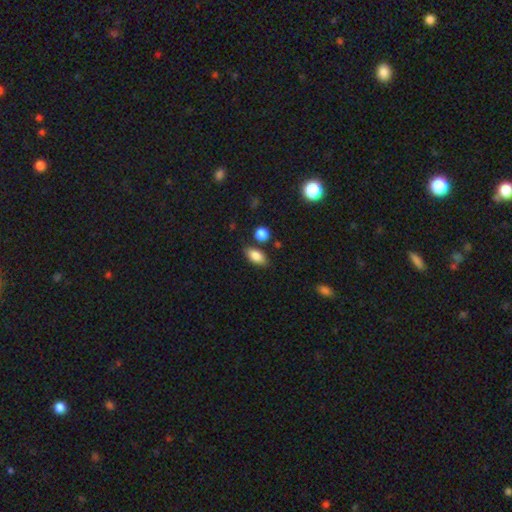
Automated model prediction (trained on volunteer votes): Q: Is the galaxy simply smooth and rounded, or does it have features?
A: smooth — 82%.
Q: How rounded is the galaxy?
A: in between — 86%.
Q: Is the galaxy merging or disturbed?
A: none — 79%.